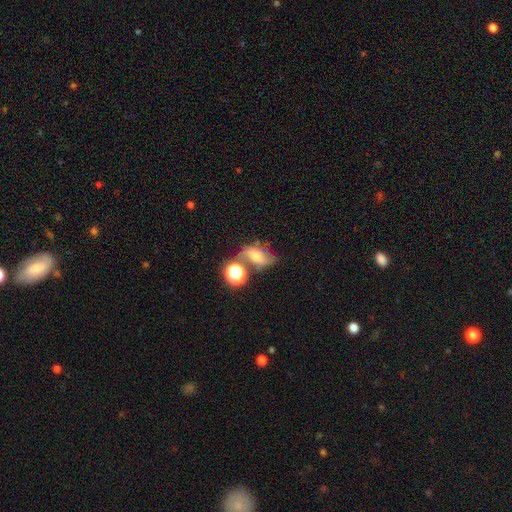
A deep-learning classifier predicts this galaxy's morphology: smooth_or_featured: smooth (p=0.42) [alt: featured or disk p=0.39]
merging: none (p=0.41) [alt: merger p=0.26]